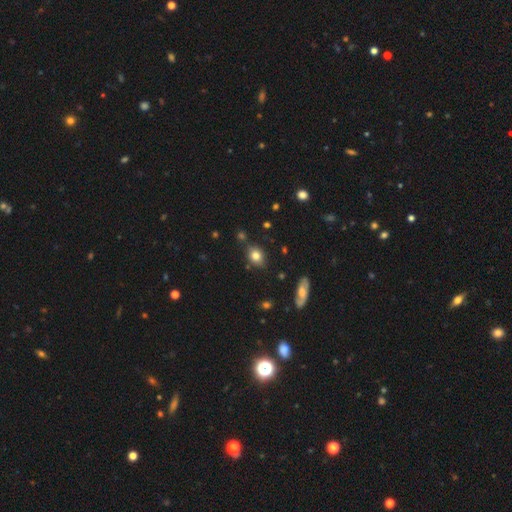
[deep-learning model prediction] Overall: smooth (80%). How rounded: in between (63%; round 35%). Merging: none (77%).